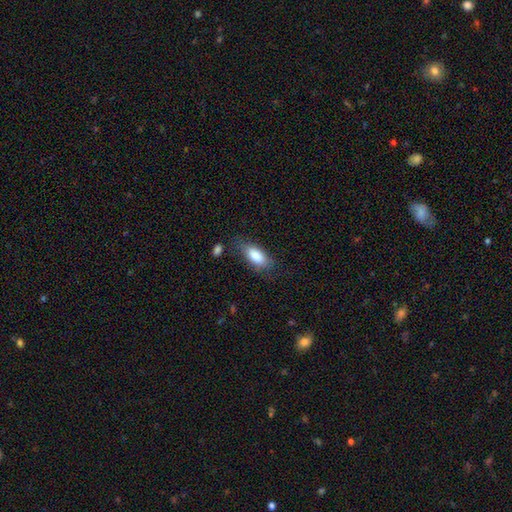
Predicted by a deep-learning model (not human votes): The model was most divided on "merging": none: 64%, minor disturbance: 24%, major disturbance: 8%, merger: 4%. More confident: how rounded — in between (85%); smooth or featured — smooth (85%).